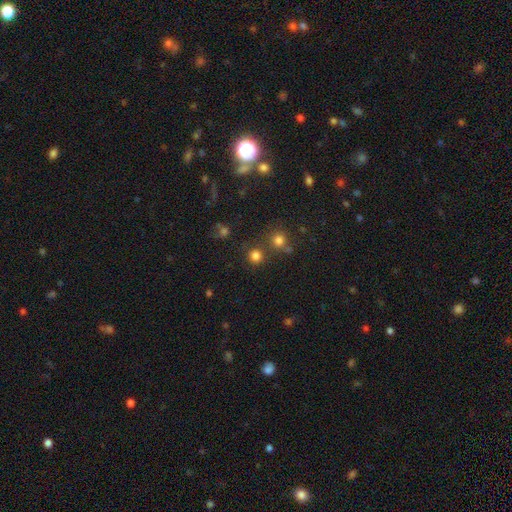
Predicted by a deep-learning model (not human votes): Overall: smooth (77%). How rounded: round (92%). Merging: none (76%).